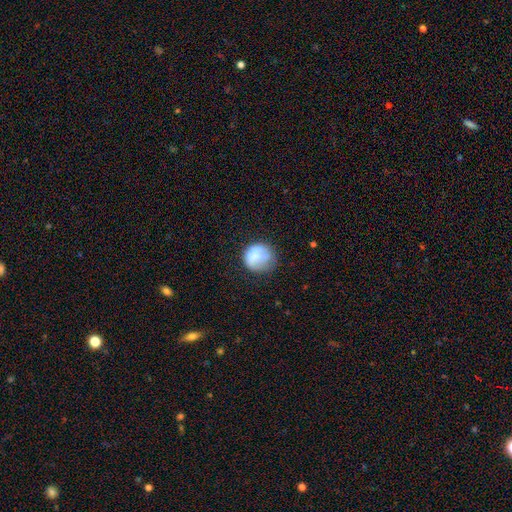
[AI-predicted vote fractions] Smooth or featured? smooth (70%)
How rounded? round (85%)
Merging? none (55%)